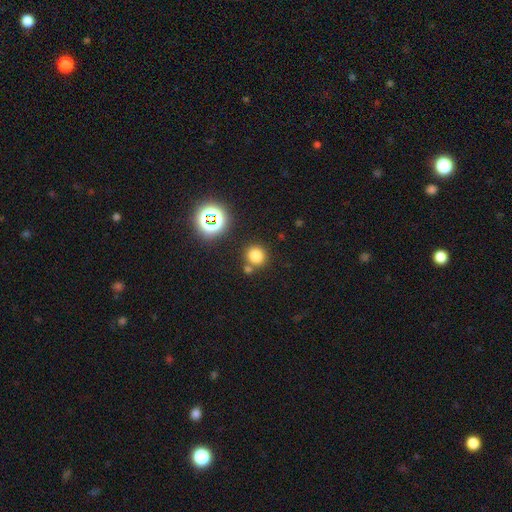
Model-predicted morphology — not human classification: A smooth galaxy with no disk features (75%) that is round (88%). Merging: none (76%).